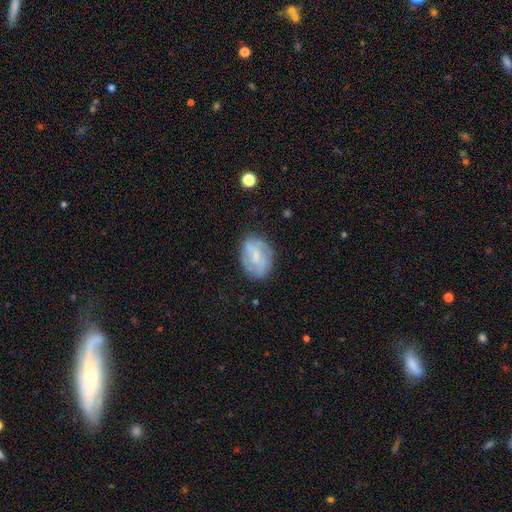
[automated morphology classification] A featured or disk galaxy (52%).

Vote fractions:
- Smooth or featured? featured or disk: 52% / smooth: 40% / star or artifact: 8%
- Edge-on disk? no: 96% / yes: 4%
- Merging? none: 67% / minor disturbance: 22% / major disturbance: 9% / merger: 2%